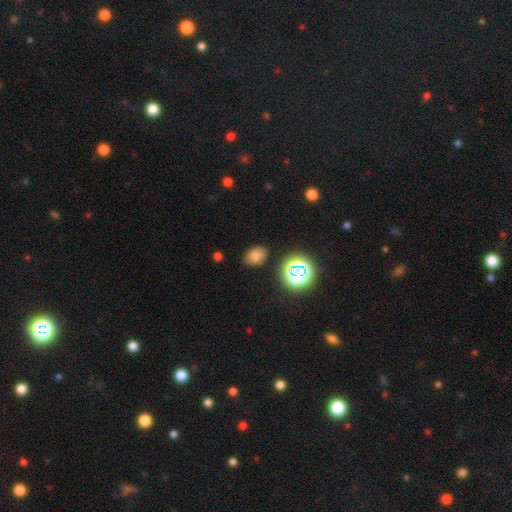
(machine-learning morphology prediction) This appears to be a smooth galaxy with no disk features (74%) that is in between round and cigar-shaped (69%). Merging: none (84%).